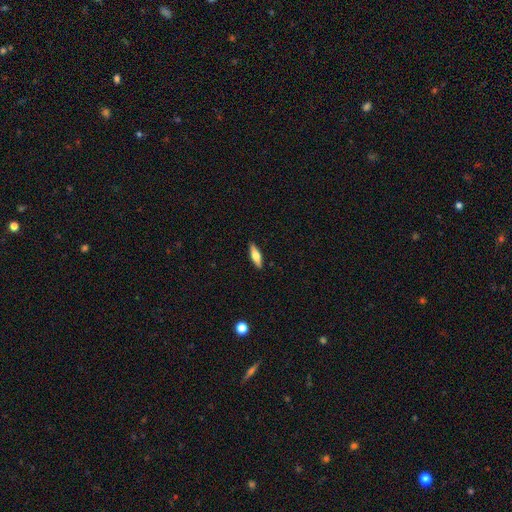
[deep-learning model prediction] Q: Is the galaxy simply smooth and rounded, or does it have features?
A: smooth — 59%.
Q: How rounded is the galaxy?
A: cigar-shaped — 52%.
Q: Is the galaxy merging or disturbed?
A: none — 89%.